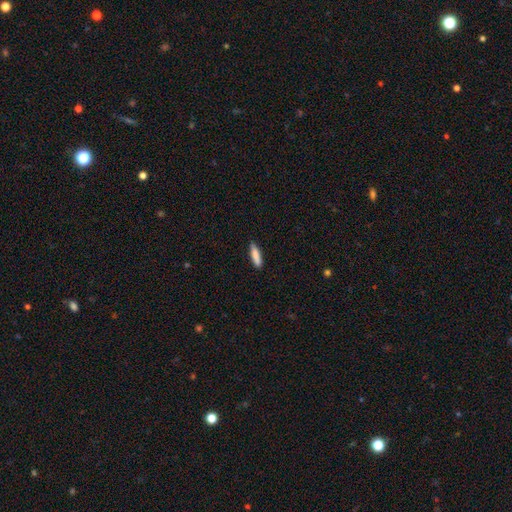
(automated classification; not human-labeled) smooth-or-featured: smooth: 84% | featured or disk: 10% | star or artifact: 6%
  how-rounded: cigar-shaped: 73% | in between: 26% | round: 2%
  merging: none: 85% | minor disturbance: 12% | major disturbance: 2% | merger: 1%